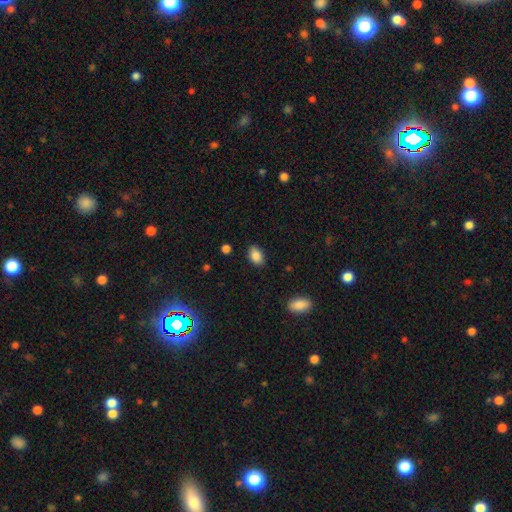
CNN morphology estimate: A smooth galaxy with no disk features (86%) that is in between round and cigar-shaped (89%). Merging: none (85%).